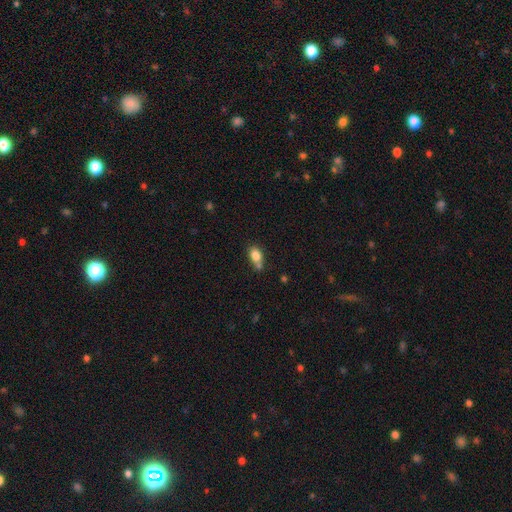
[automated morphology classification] The model was most divided on "merging": none: 51%, merger: 25%, minor disturbance: 18%, major disturbance: 5%. More confident: smooth or featured — smooth (82%); how rounded — in between (79%).